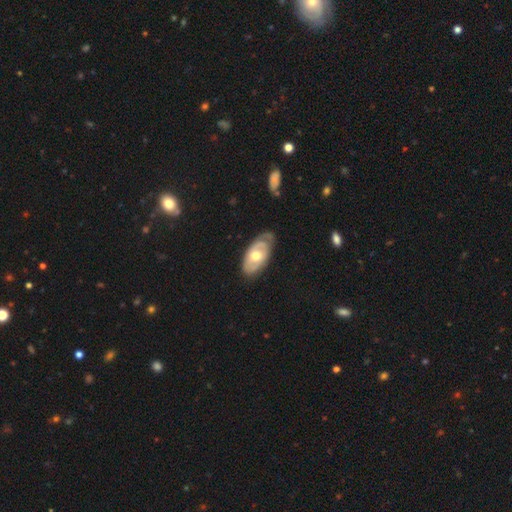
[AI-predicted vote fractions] Smooth or featured: featured or disk — 60% (smooth — 36%)
Edge-on disk: no — 89% (yes — 11%)
Bar: no — 80% (weak — 16%)
Spiral arms: yes — 51% (no — 49%)
Bulge size: moderate — 77% (small — 11%)
Merging: none — 62% (minor disturbance — 29%)